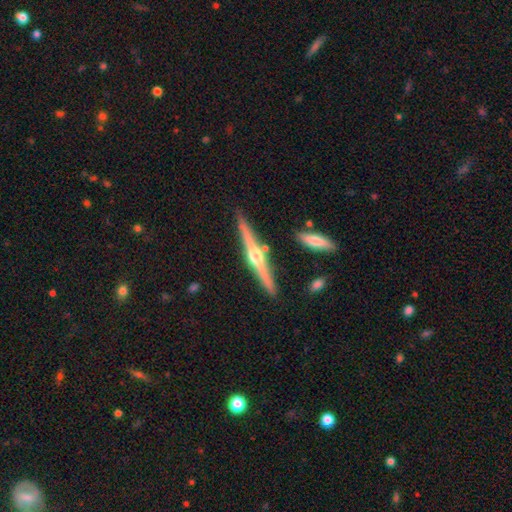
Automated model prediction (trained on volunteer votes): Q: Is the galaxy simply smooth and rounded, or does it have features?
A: featured or disk — 78%.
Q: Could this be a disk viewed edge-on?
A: yes — 98%.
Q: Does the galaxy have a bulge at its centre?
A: rounded — 94%.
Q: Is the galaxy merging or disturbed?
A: none — 85%.